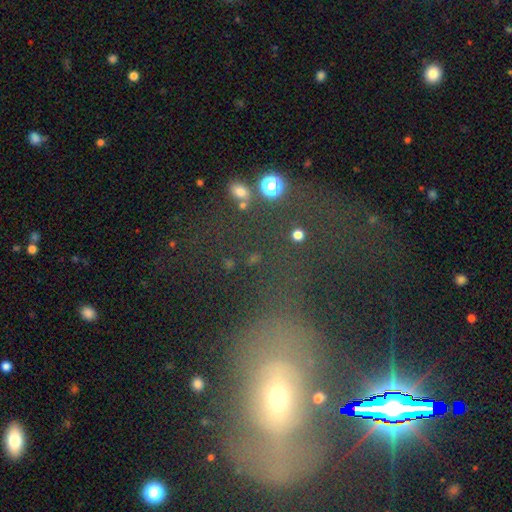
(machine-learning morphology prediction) A star or artifact, not a galaxy (36%).